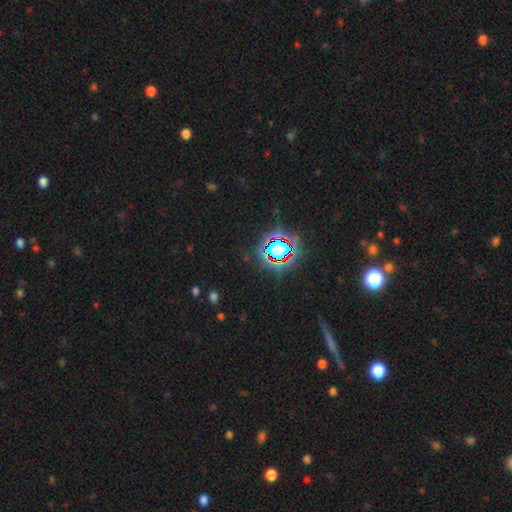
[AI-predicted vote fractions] star or artifact 83%, smooth 10%, featured or disk 7%.